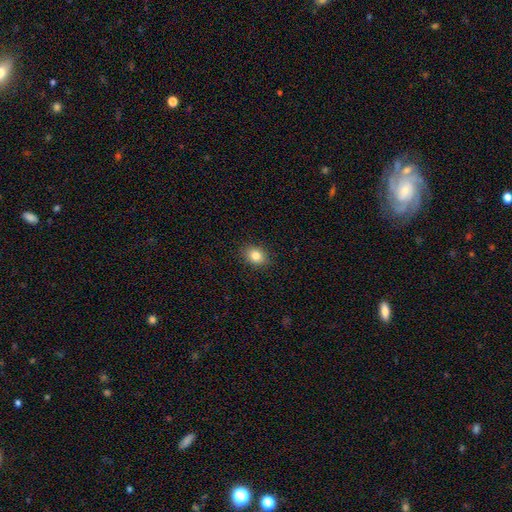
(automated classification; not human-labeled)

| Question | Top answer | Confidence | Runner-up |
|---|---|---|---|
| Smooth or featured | smooth | 83% | star or artifact (10%) |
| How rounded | in between | 58% | round (41%) |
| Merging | none | 89% | minor disturbance (8%) |